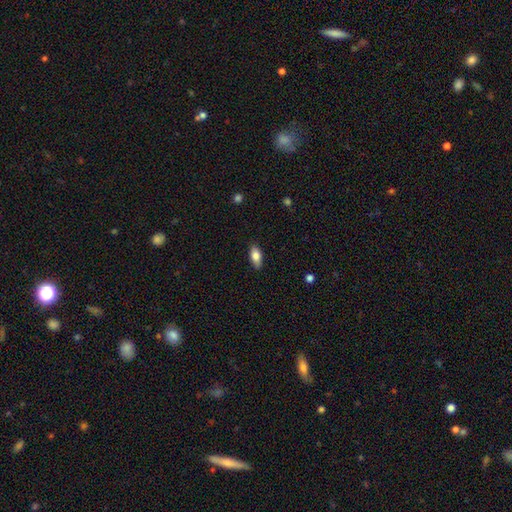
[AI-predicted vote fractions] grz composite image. It shows a smooth galaxy with no disk features (81%) that is in between round and cigar-shaped (88%). Merging: none (86%).